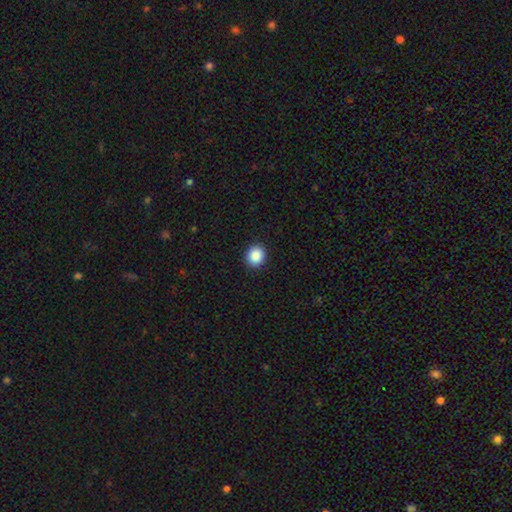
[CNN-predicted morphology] Smooth or featured?
  - smooth: 88% *
  - star or artifact: 9%
  - featured or disk: 3%
How rounded?
  - round: 79% *
  - in between: 20%
  - cigar-shaped: 1%
Merging?
  - none: 92% *
  - minor disturbance: 6%
  - major disturbance: 2%
  - merger: 1%